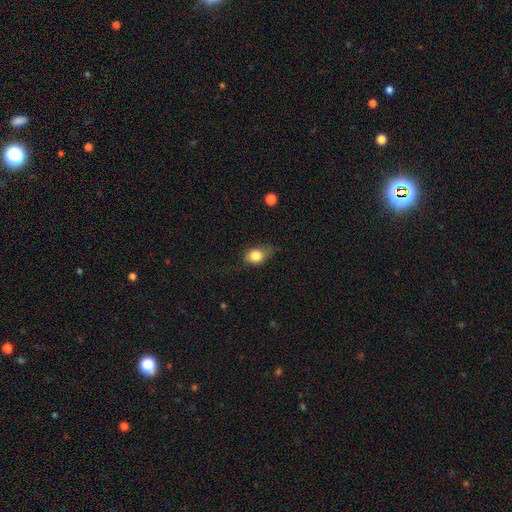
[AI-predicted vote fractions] This appears to be a smooth galaxy with no disk features (80%) that is in between round and cigar-shaped (65%). Merging: none (50%).